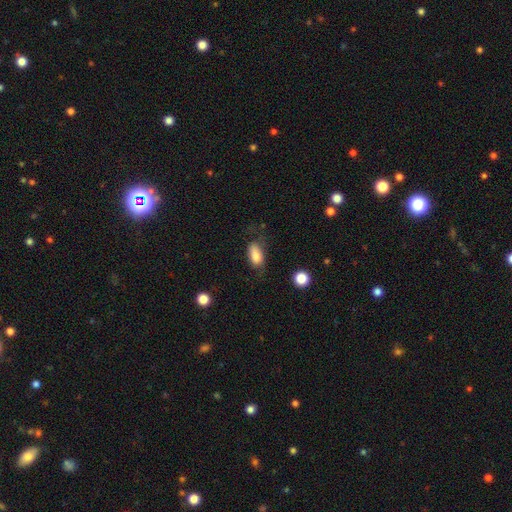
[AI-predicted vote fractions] Morphology: type=smooth (81%); roundness=in between (89%); merging=none (50%).